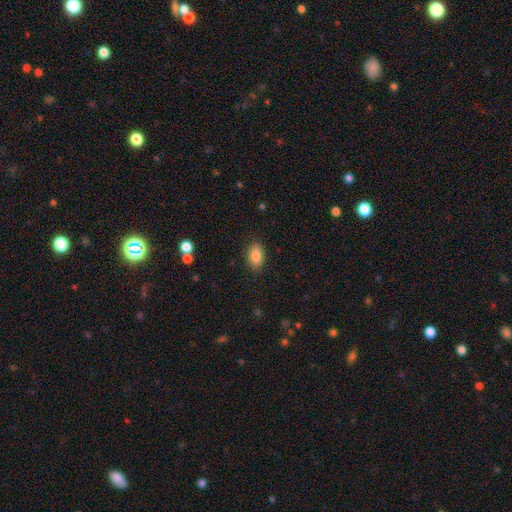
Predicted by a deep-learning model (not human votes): A smooth galaxy with no disk features (85%) that is in between round and cigar-shaped (90%).

Vote fractions:
- Smooth or featured? smooth: 85% / star or artifact: 8% / featured or disk: 7%
- How rounded? in between: 90% / round: 7% / cigar-shaped: 3%
- Merging? none: 87% / minor disturbance: 9% / major disturbance: 3% / merger: 1%